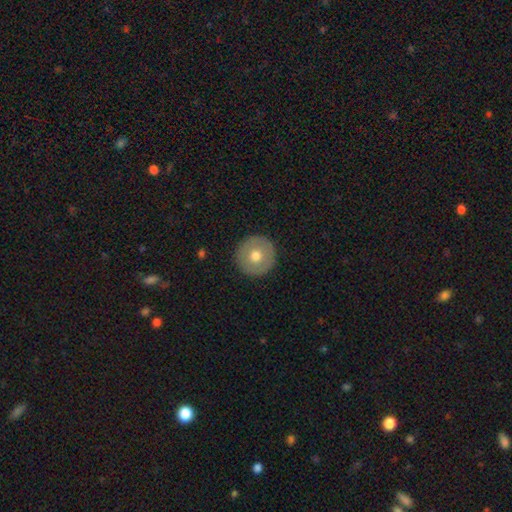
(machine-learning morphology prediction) A smooth galaxy with no disk features (66%) that is round (96%). Merging: none (92%).